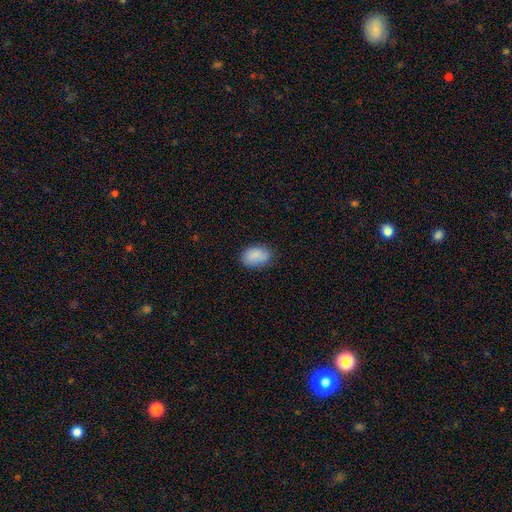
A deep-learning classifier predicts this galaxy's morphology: type=smooth (87%); roundness=in between (87%); merging=none (77%).